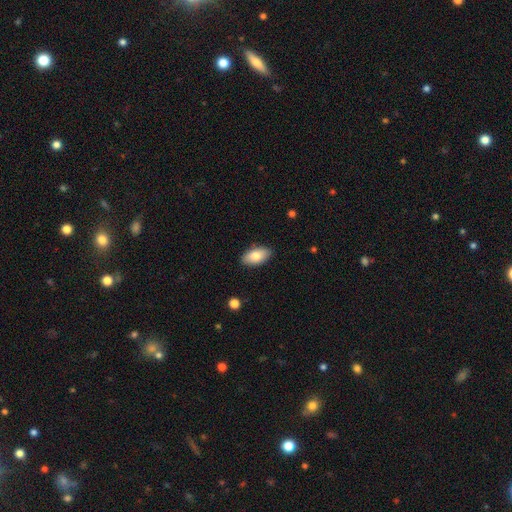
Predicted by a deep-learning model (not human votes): The model was most divided on "smooth or featured": smooth: 82%, featured or disk: 12%, star or artifact: 6%. More confident: how rounded — in between (94%); merging — none (88%).